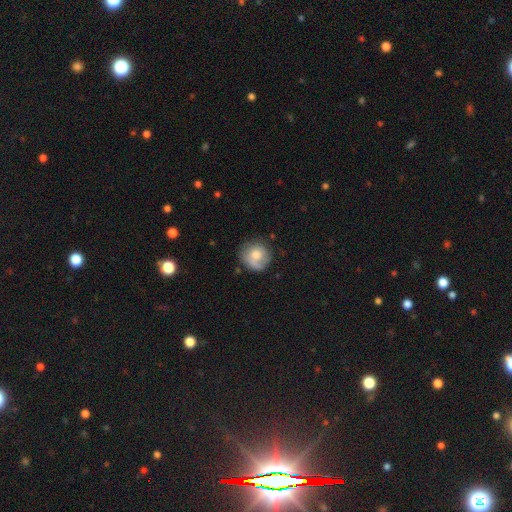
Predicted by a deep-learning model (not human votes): smooth 68%, featured or disk 25%, star or artifact 8%. Down the decision tree: how rounded — round (89%); merging — none (66%).